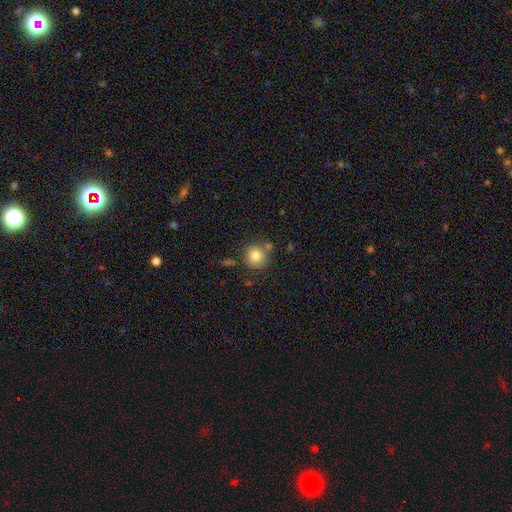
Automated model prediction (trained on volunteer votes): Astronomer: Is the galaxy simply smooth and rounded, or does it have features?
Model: smooth — 81%.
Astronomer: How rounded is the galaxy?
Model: round — 91%.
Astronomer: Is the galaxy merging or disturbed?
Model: none — 73%.